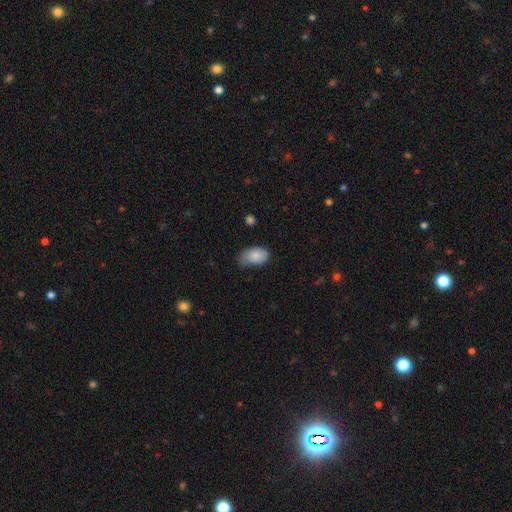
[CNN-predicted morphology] type=smooth (84%); roundness=in between (91%); merging=none (53%).